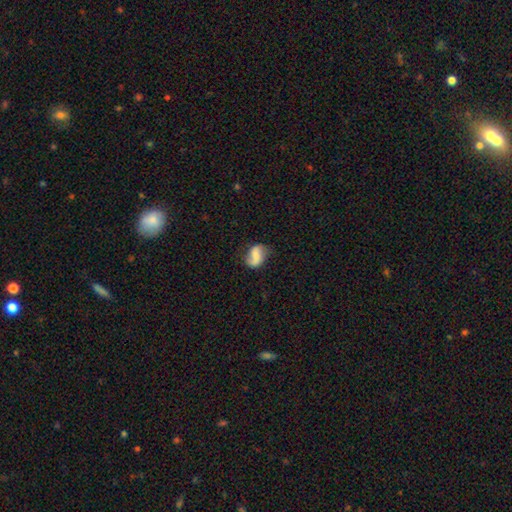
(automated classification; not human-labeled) This appears to be a featured or disk galaxy (48%). Merging: none (64%).